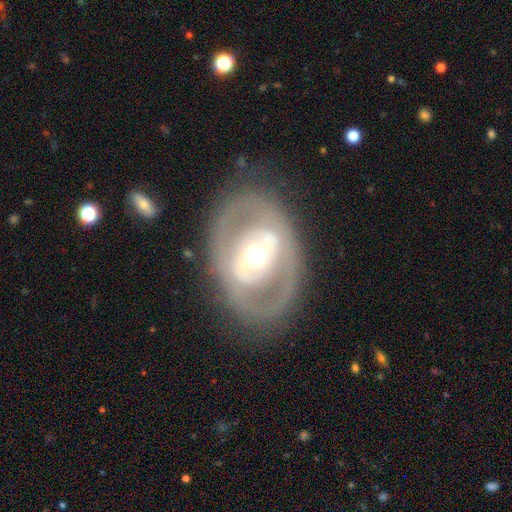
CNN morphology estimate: A featured or disk galaxy (75%) with a strong bar (38%), no spiral arms (61%) and a moderate central bulge (67%). Merging: none (77%).